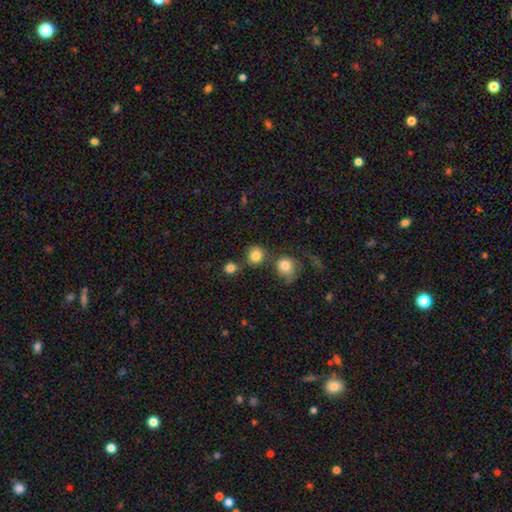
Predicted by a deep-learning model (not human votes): This appears to be a smooth galaxy with no disk features (83%) that is round (88%). Merging: none (71%).